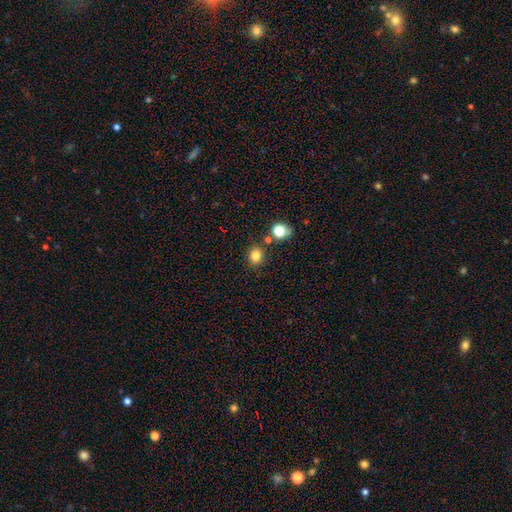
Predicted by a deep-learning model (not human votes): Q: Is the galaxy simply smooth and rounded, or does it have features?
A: smooth — 81%.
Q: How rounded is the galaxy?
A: round — 69%.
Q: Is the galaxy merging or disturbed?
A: none — 79%.